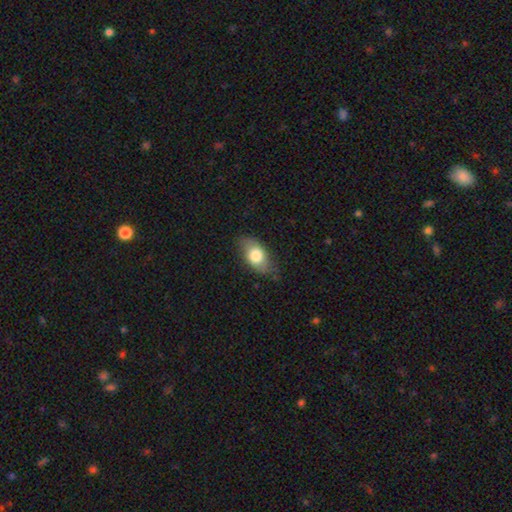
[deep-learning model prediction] Overall: smooth (73%). How rounded: in between (90%). Merging: none (75%).